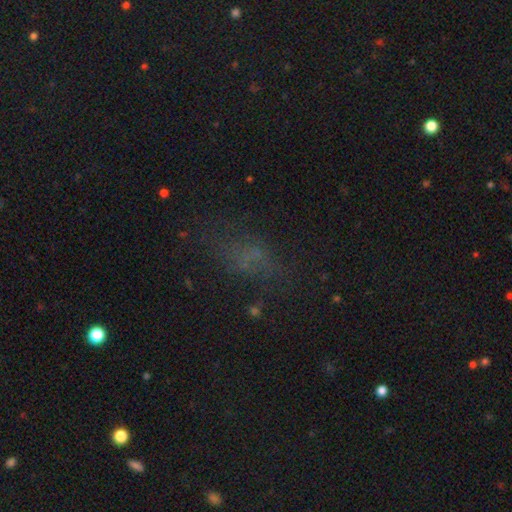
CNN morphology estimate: Smooth or featured?
  - smooth: 45% *
  - star or artifact: 34%
  - featured or disk: 21%
Merging?
  - none: 56% *
  - major disturbance: 21%
  - minor disturbance: 20%
  - merger: 3%